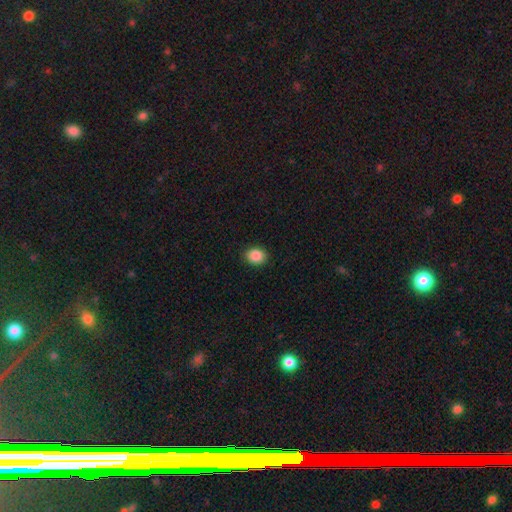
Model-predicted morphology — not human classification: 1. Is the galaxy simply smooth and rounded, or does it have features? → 89% smooth, 9% star or artifact, 3% featured or disk.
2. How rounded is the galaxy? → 59% round, 40% in between, 1% cigar-shaped.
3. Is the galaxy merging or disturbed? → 89% none, 8% minor disturbance, 2% major disturbance, 1% merger.